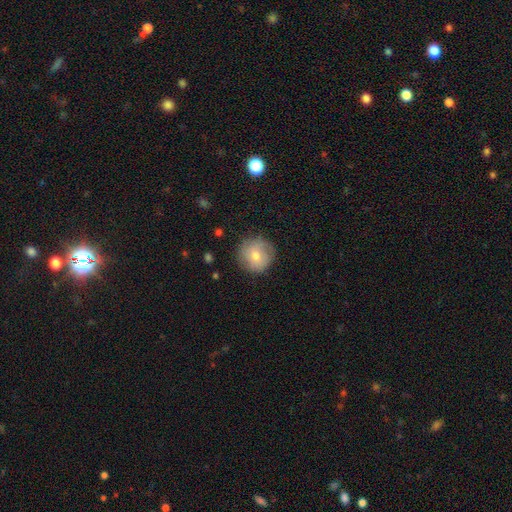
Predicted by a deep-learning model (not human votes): Q: Smooth or featured?
A: smooth (68%); runner-up: featured or disk (23%)
Q: How rounded?
A: round (94%); runner-up: in between (5%)
Q: Merging?
A: none (82%); runner-up: minor disturbance (13%)